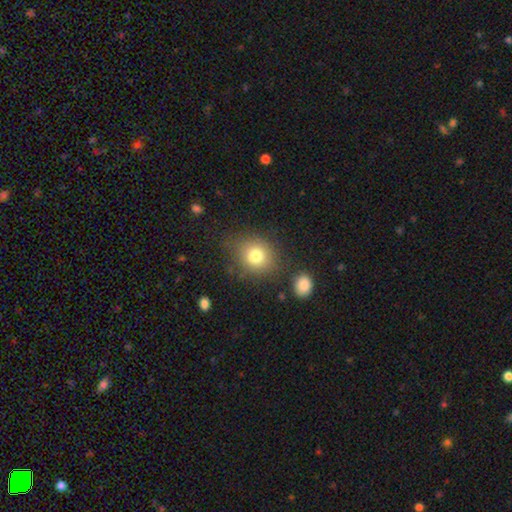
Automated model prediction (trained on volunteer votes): Morphology: type=smooth (79%); roundness=round (78%); merging=none (77%).